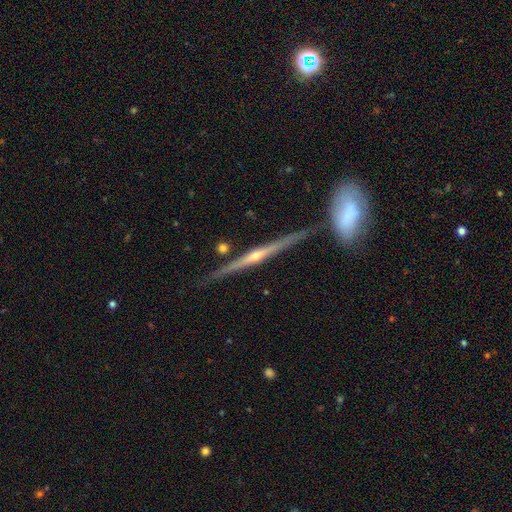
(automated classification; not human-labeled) Smooth or featured?
  - featured or disk: 84% *
  - smooth: 10%
  - star or artifact: 6%
Edge-on disk?
  - yes: 98% *
  - no: 2%
Edge-on bulge?
  - rounded: 86% *
  - none: 10%
  - boxy: 5%
Merging?
  - none: 85% *
  - minor disturbance: 9%
  - merger: 4%
  - major disturbance: 2%